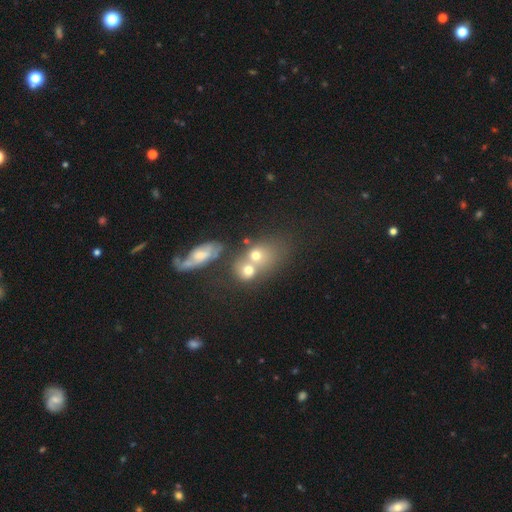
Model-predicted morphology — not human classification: The model was most divided on "how rounded": round: 51%, in between: 47%, cigar-shaped: 3%. More confident: smooth or featured — smooth (53%); merging — merger (52%).